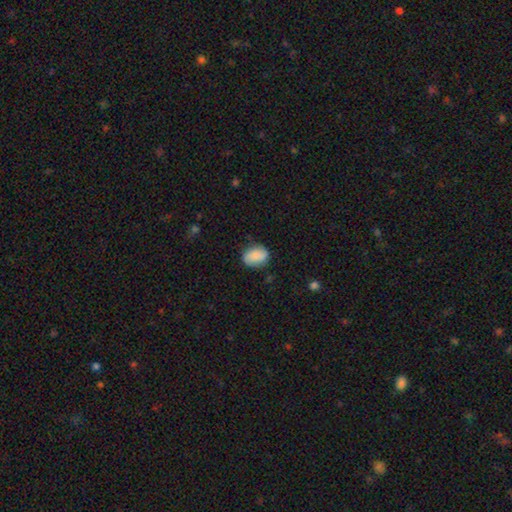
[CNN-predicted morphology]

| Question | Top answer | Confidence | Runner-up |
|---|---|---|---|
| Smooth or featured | smooth | 83% | featured or disk (10%) |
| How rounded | in between | 72% | round (27%) |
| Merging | none | 76% | minor disturbance (18%) |